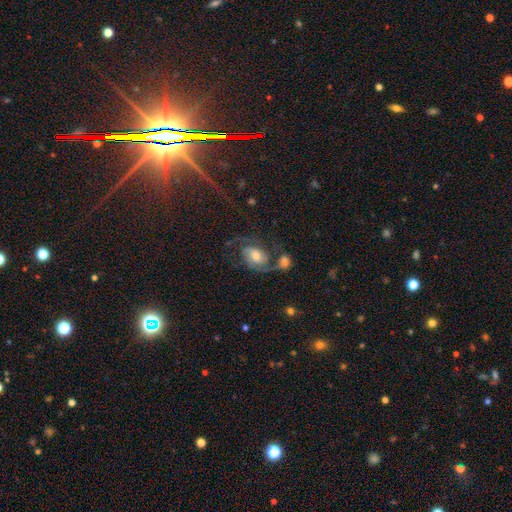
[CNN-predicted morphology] smooth_or_featured: featured or disk (p=0.78) [alt: smooth p=0.13]
disk_edge_on: no (p=0.97) [alt: yes p=0.03]
bar: no (p=0.57) [alt: weak p=0.34]
has_spiral_arms: yes (p=0.94) [alt: no p=0.06]
spiral_winding: medium (p=0.49) [alt: tight p=0.26]
spiral_arm_count: 2 (p=0.83) [alt: can't tell p=0.06]
bulge_size: moderate (p=0.58) [alt: large p=0.21]
merging: none (p=0.41) [alt: merger p=0.25]